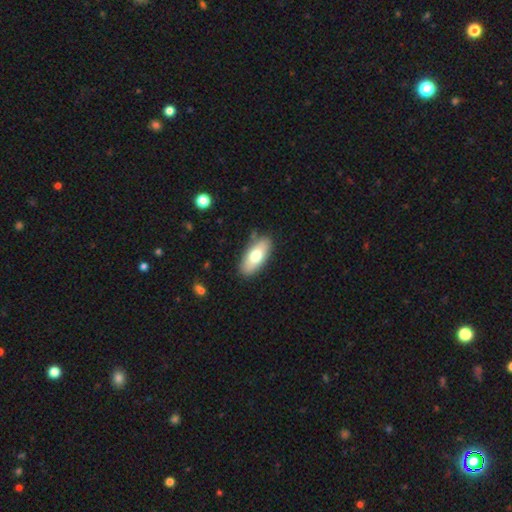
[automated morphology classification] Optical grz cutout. It shows a smooth galaxy with no disk features (70%) that is in between round and cigar-shaped (86%). Merging: none (85%).